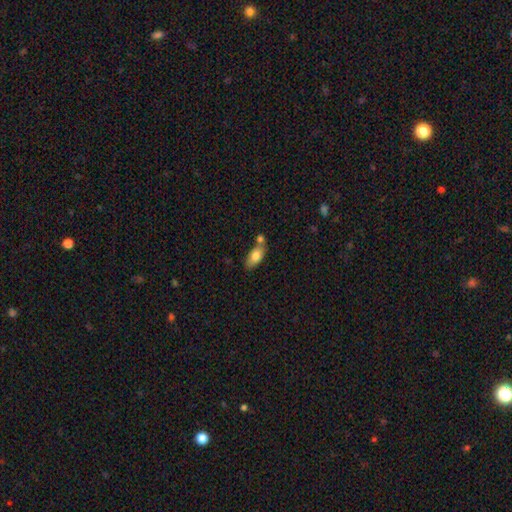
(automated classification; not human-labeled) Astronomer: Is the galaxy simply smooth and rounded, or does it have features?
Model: smooth — 77%.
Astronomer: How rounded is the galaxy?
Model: in between — 87%.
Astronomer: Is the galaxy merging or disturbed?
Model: none — 52% (runner-up: merger, 29%).